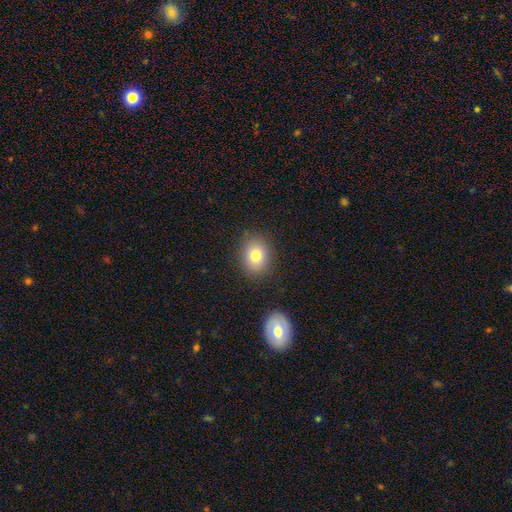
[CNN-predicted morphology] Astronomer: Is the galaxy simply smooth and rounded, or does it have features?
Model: smooth — 79%.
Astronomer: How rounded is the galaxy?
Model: in between — 51% (runner-up: round, 48%).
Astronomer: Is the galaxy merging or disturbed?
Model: none — 86%.